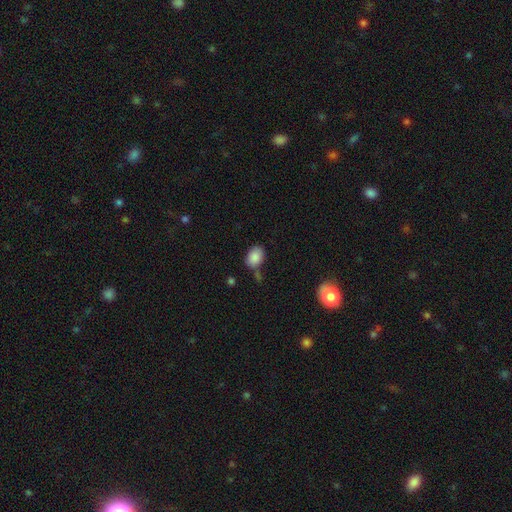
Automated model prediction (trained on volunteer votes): smooth 87%, star or artifact 8%, featured or disk 5%. Down the decision tree: how rounded — in between (80%); merging — none (67%).